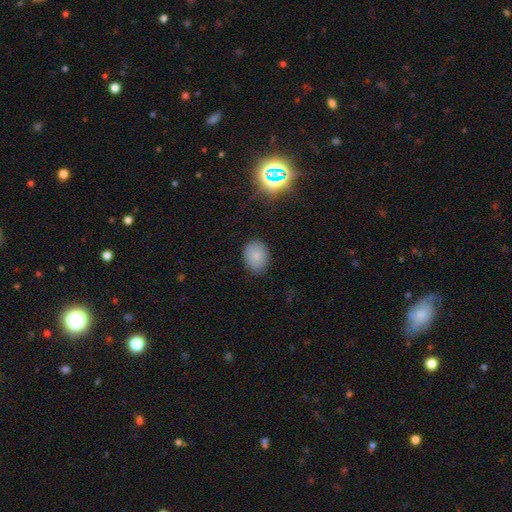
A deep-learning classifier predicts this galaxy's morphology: The model was most divided on "how rounded": in between: 66%, round: 33%, cigar-shaped: 1%. More confident: merging — none (84%); smooth or featured — smooth (83%).